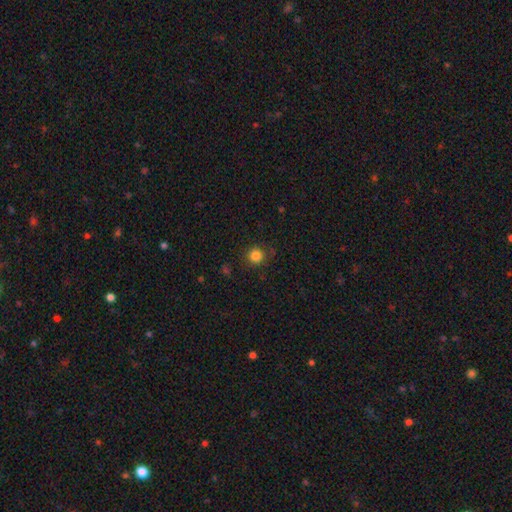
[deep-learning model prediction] A smooth galaxy with no disk features (83%) that is round (91%). Merging: none (84%).